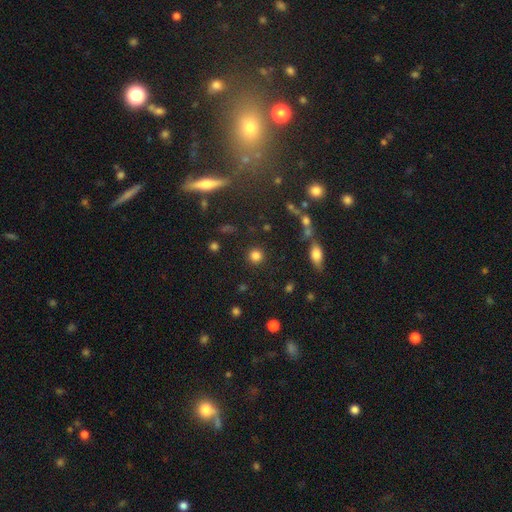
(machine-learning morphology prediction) This appears to be a smooth galaxy with no disk features (82%) that is round (92%). Merging: none (90%).